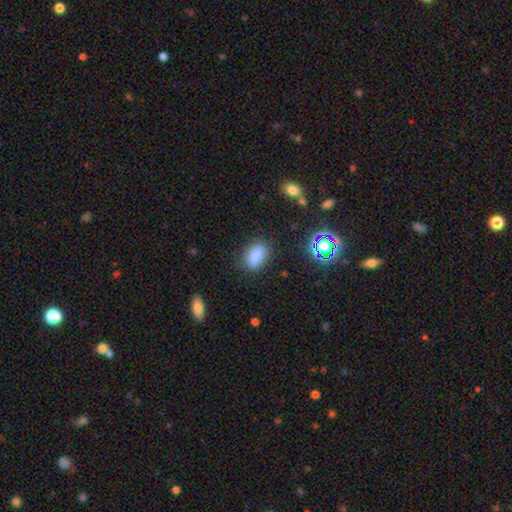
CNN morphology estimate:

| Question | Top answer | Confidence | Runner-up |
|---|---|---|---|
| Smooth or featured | smooth | 84% | star or artifact (11%) |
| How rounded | in between | 86% | round (11%) |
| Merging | none | 81% | minor disturbance (14%) |